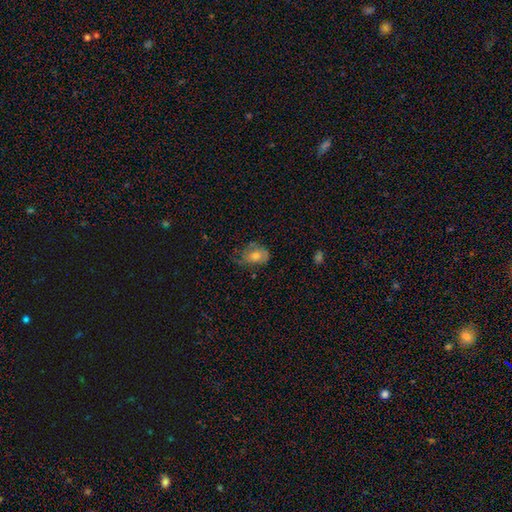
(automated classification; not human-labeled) Overall: smooth (58%; featured or disk 32%). How rounded: in between (68%; round 30%). Merging: none (49%; minor disturbance 33%).